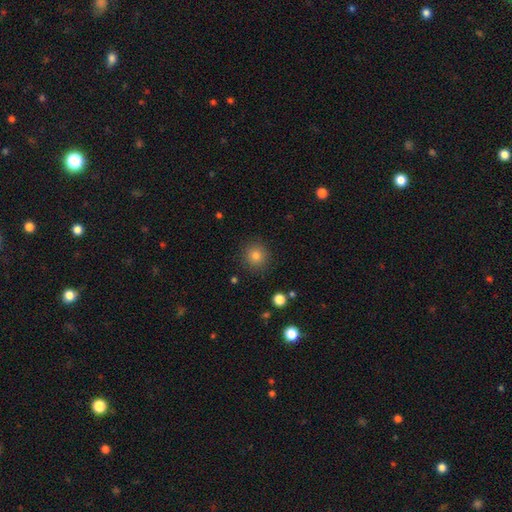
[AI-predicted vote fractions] smooth 81%, star or artifact 12%, featured or disk 7%. Down the decision tree: how rounded — round (93%); merging — none (89%).